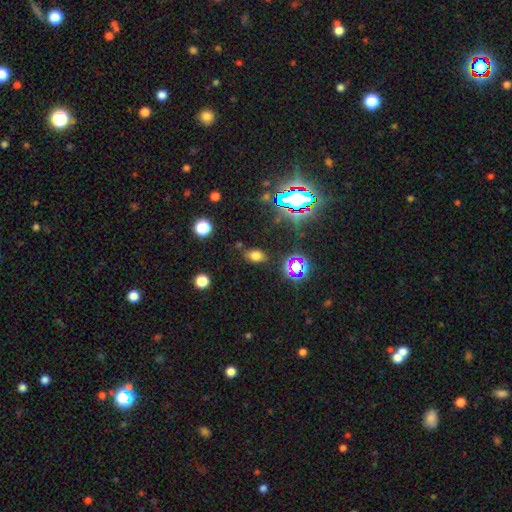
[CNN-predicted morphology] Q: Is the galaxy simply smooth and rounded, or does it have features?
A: smooth — 67%.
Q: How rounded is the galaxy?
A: in between — 78%.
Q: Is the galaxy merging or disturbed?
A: none — 79%.